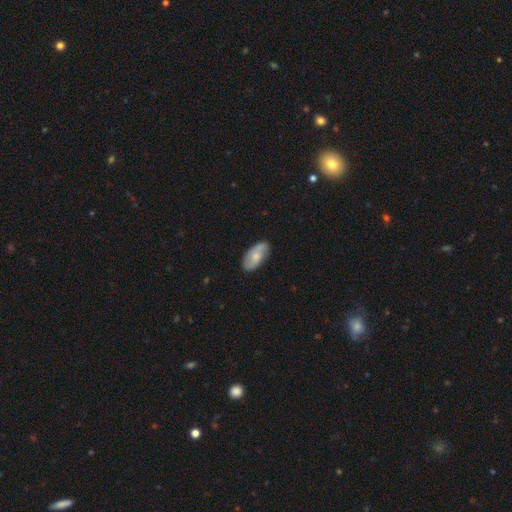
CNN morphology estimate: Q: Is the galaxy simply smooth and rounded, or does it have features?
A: smooth — 61%.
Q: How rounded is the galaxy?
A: in between — 93%.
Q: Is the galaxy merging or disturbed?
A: none — 76%.